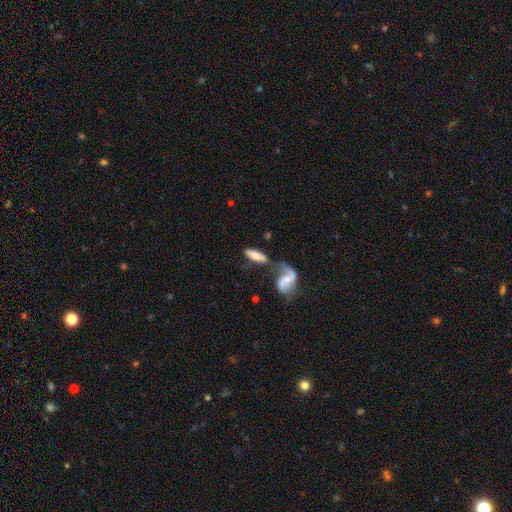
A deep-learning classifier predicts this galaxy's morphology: A smooth galaxy with no disk features (67%) that is in between round and cigar-shaped (62%). Merging: merger (41%).